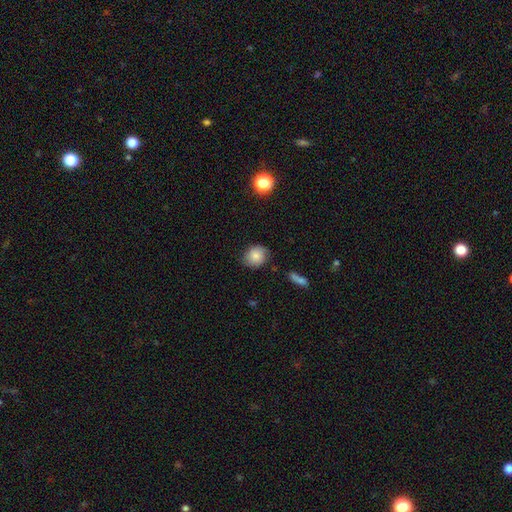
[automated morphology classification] Smooth or featured? Predicted: smooth (p=0.83). How rounded? Predicted: round (p=0.68). Merging? Predicted: none (p=0.78).